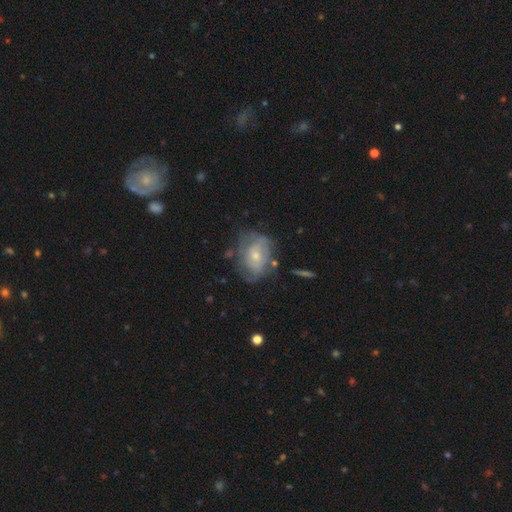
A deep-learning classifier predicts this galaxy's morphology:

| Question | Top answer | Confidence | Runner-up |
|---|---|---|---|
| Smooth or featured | featured or disk | 53% | smooth (39%) |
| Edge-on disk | no | 95% | yes (5%) |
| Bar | no | 73% | weak (23%) |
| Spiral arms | yes | 57% | no (43%) |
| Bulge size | small | 54% | moderate (41%) |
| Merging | none | 52% | minor disturbance (28%) |